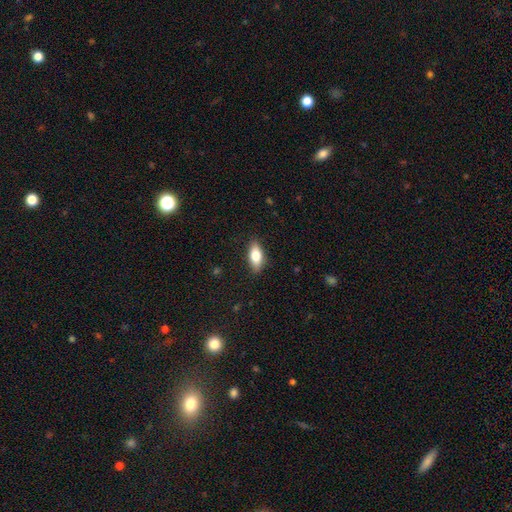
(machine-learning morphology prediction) The model was most divided on "smooth or featured": smooth: 76%, featured or disk: 17%, star or artifact: 7%. More confident: merging — none (87%); how rounded — in between (84%).